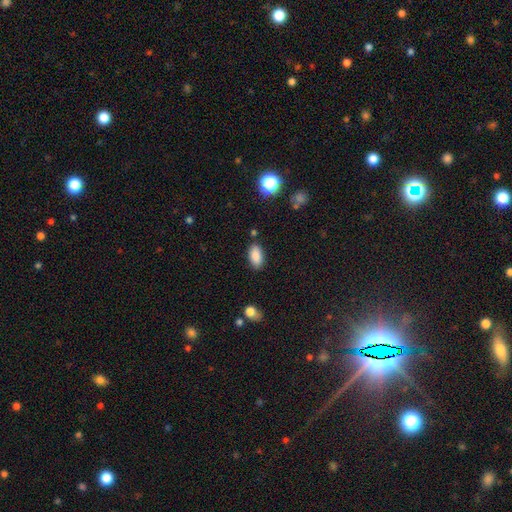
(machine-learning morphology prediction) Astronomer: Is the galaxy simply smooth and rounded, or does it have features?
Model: smooth — 87%.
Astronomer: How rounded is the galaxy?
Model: in between — 92%.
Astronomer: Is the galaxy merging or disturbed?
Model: none — 84%.